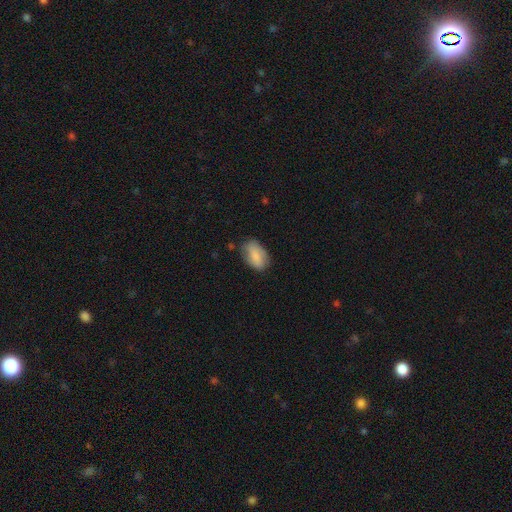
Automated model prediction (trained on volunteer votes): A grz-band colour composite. It shows a smooth galaxy with no disk features (81%) that is in between round and cigar-shaped (91%). Merging: none (69%).